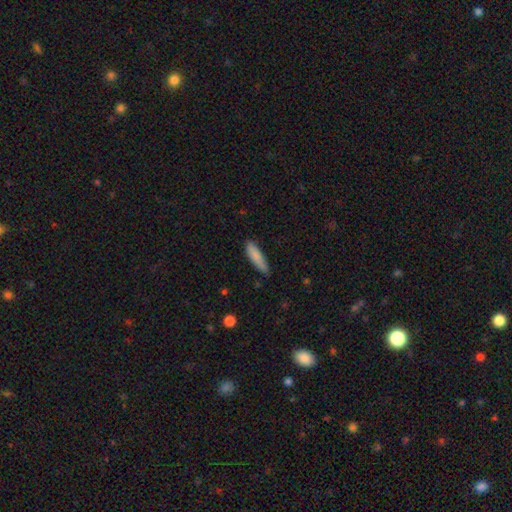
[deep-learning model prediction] Overall: smooth (84%). How rounded: cigar-shaped (71%). Merging: none (75%).